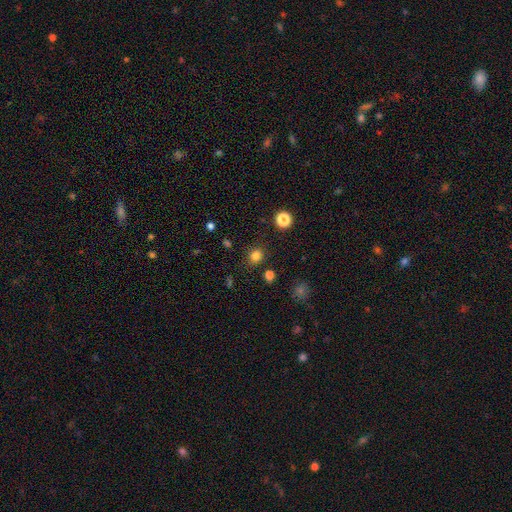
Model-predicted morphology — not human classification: This is clearly a smooth galaxy (81%). How rounded: likely round (77%). Merging: clearly none (85%).